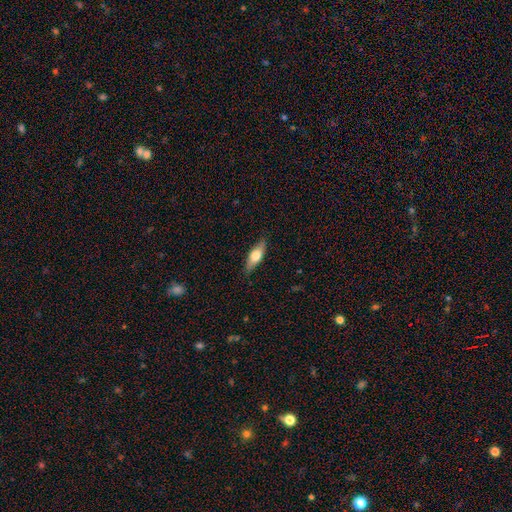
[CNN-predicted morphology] Smooth or featured? smooth (61%)
How rounded? in between (60%)
Merging? none (84%)